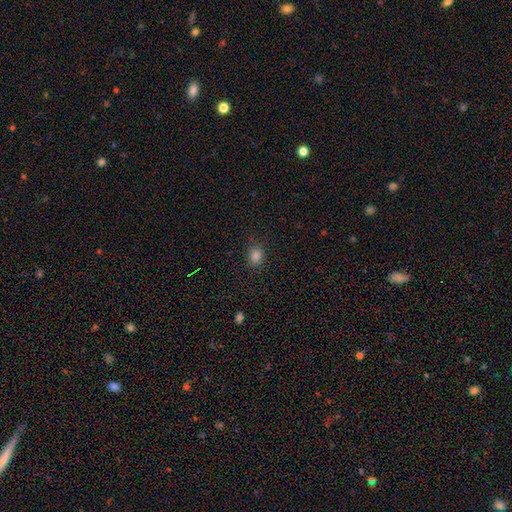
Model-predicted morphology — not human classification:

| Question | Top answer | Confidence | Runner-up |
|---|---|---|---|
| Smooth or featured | smooth | 82% | star or artifact (14%) |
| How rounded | round | 59% | in between (40%) |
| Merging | none | 86% | minor disturbance (10%) |